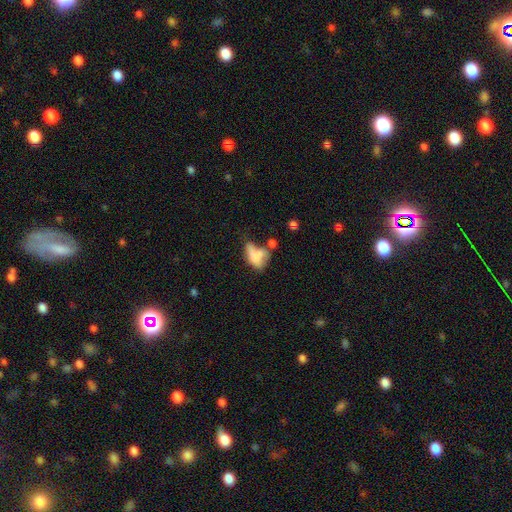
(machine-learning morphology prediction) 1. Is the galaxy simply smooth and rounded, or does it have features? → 60% smooth, 29% featured or disk, 11% star or artifact.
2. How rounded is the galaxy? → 83% in between, 11% round, 6% cigar-shaped.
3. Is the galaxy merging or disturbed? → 30% merger, 28% major disturbance, 22% none, 20% minor disturbance.